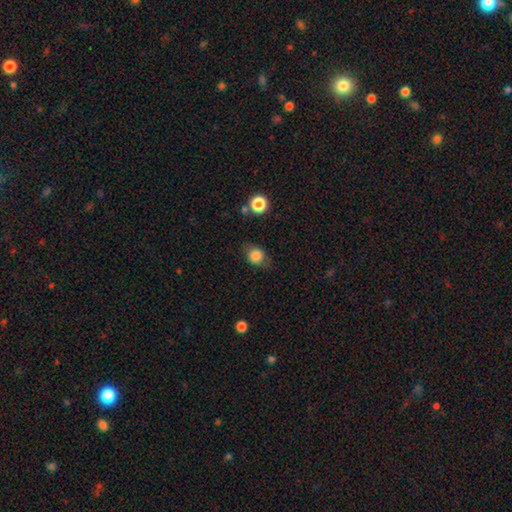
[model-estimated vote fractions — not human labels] smooth-or-featured: smooth: 81% | featured or disk: 10% | star or artifact: 9%
  how-rounded: round: 55% | in between: 44% | cigar-shaped: 2%
  merging: none: 70% | minor disturbance: 21% | major disturbance: 7% | merger: 2%